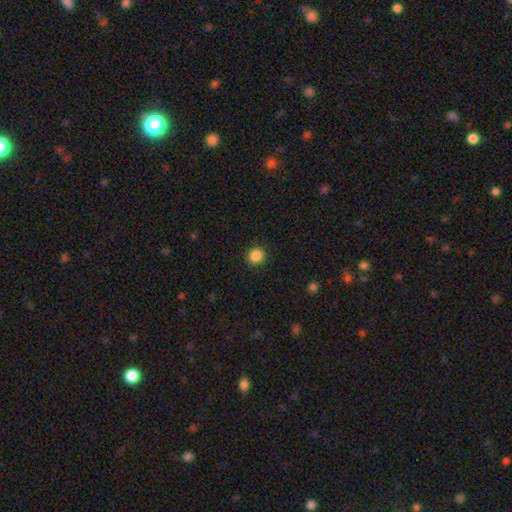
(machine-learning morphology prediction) Smooth or featured?
  - smooth: 86% *
  - star or artifact: 11%
  - featured or disk: 3%
How rounded?
  - round: 92% *
  - in between: 7%
  - cigar-shaped: 1%
Merging?
  - none: 91% *
  - minor disturbance: 6%
  - major disturbance: 2%
  - merger: 1%